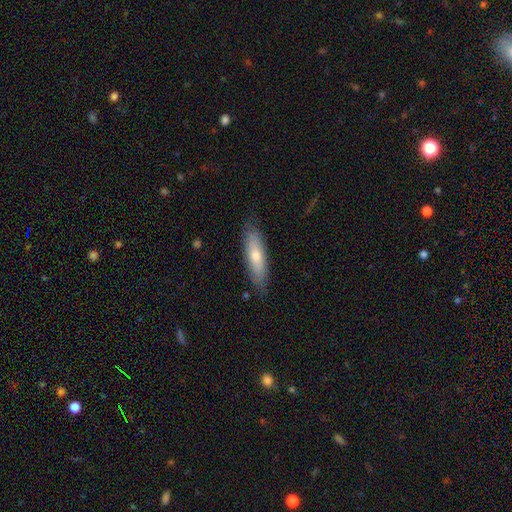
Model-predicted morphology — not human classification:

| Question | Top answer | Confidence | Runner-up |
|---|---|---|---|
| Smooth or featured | smooth | 64% | featured or disk (30%) |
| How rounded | cigar-shaped | 63% | in between (35%) |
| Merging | none | 82% | minor disturbance (14%) |